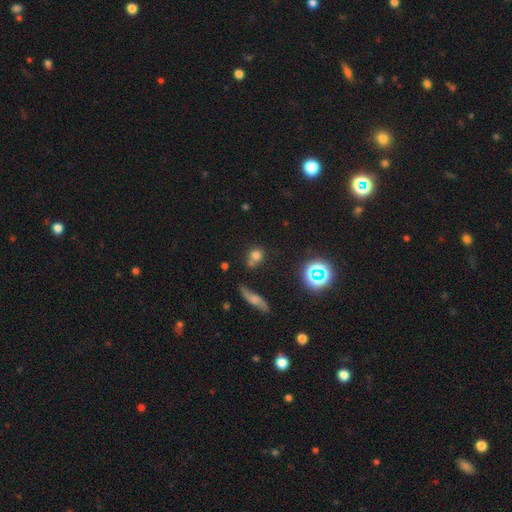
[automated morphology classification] Smooth or featured?
  - smooth: 69% *
  - star or artifact: 20%
  - featured or disk: 12%
How rounded?
  - round: 77% *
  - in between: 20%
  - cigar-shaped: 3%
Merging?
  - none: 58% *
  - merger: 21%
  - minor disturbance: 14%
  - major disturbance: 6%